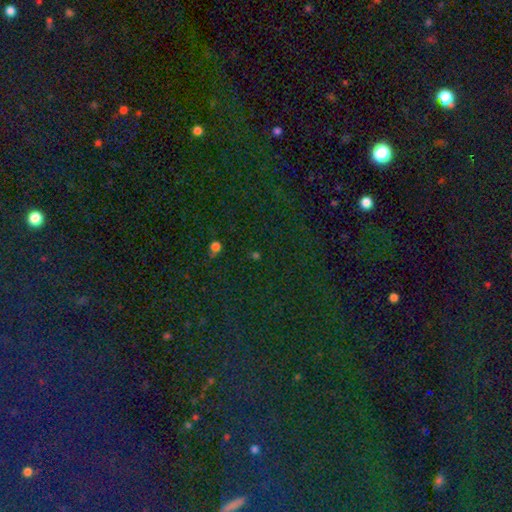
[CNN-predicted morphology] This appears to be a star or artifact, not a galaxy (68%).